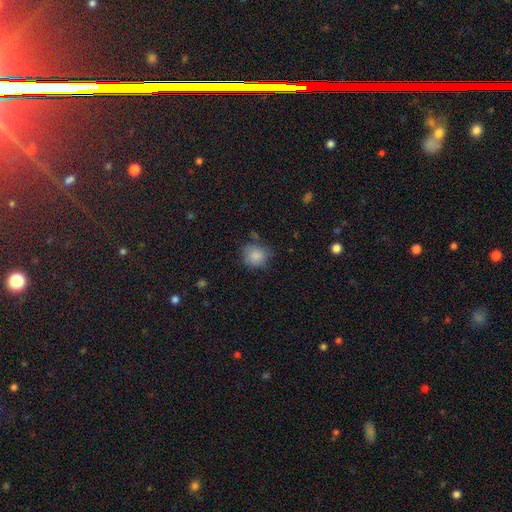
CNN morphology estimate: The model was most divided on "merging": none: 67%, minor disturbance: 23%, major disturbance: 6%, merger: 3%. More confident: smooth or featured — smooth (85%); how rounded — round (81%).